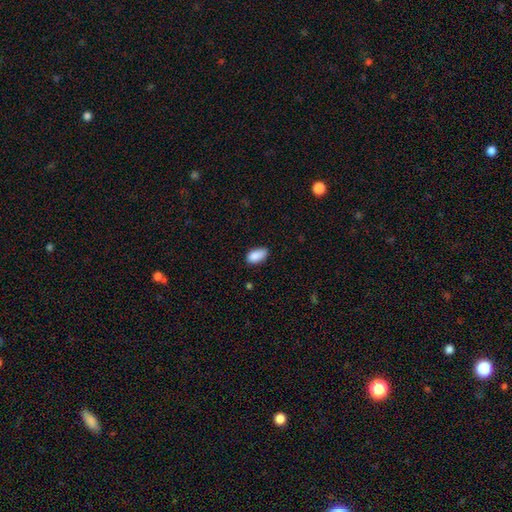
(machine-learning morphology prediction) Overall: smooth (88%). How rounded: in between (93%). Merging: none (70%).